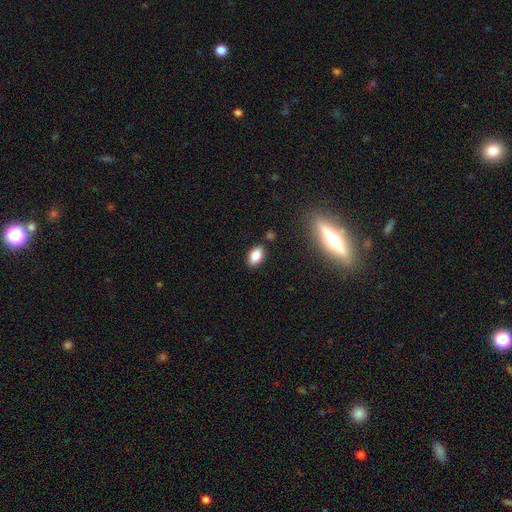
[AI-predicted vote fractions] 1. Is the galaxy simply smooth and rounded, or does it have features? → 84% smooth, 9% star or artifact, 6% featured or disk.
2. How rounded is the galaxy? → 91% in between, 6% round, 3% cigar-shaped.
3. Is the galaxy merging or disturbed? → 84% none, 11% minor disturbance, 3% merger, 3% major disturbance.